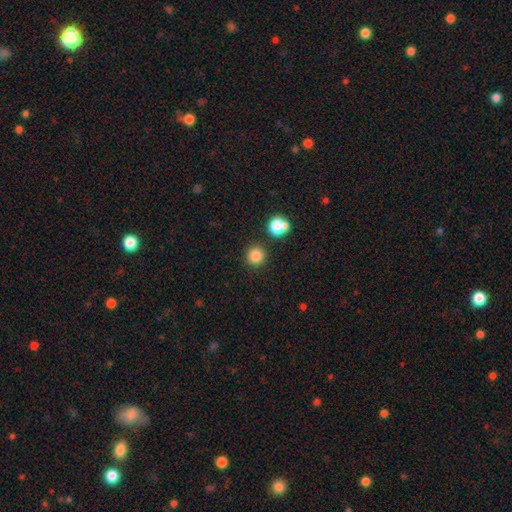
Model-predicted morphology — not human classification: Smooth or featured? Predicted: smooth (p=0.83). How rounded? Predicted: round (p=0.93). Merging? Predicted: none (p=0.85).